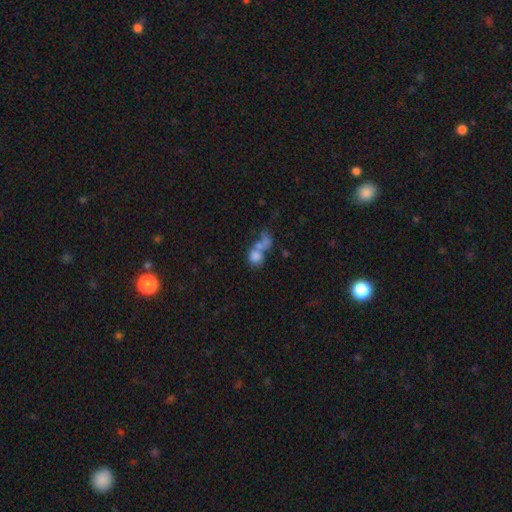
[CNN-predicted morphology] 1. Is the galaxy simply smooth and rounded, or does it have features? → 73% smooth, 16% featured or disk, 11% star or artifact.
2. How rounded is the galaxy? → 62% round, 36% in between, 2% cigar-shaped.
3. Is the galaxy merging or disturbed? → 64% merger, 19% none, 10% major disturbance, 7% minor disturbance.